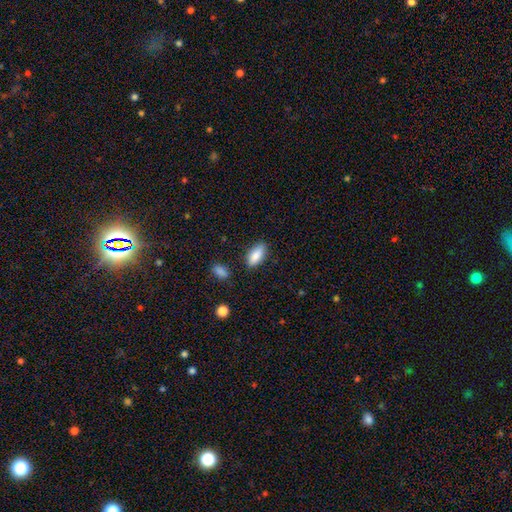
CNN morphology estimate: A smooth galaxy with no disk features (85%) that is in between round and cigar-shaped (82%).

Vote fractions:
- Smooth or featured? smooth: 85% / featured or disk: 8% / star or artifact: 7%
- How rounded? in between: 82% / cigar-shaped: 15% / round: 3%
- Merging? none: 82% / minor disturbance: 12% / major disturbance: 3% / merger: 3%